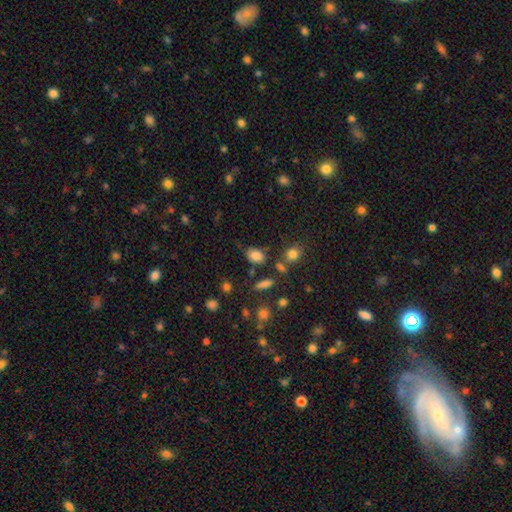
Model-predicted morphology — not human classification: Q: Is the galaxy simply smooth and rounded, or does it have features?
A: smooth — 81%.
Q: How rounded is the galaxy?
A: in between — 82%.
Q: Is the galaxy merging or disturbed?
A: none — 65%.